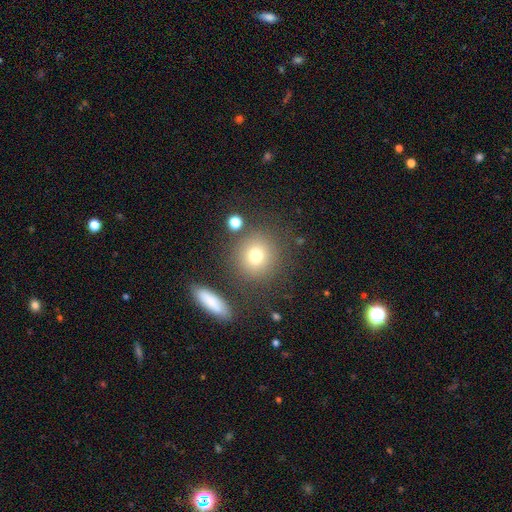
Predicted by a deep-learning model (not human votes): Overall: smooth (76%). How rounded: round (89%). Merging: none (81%).